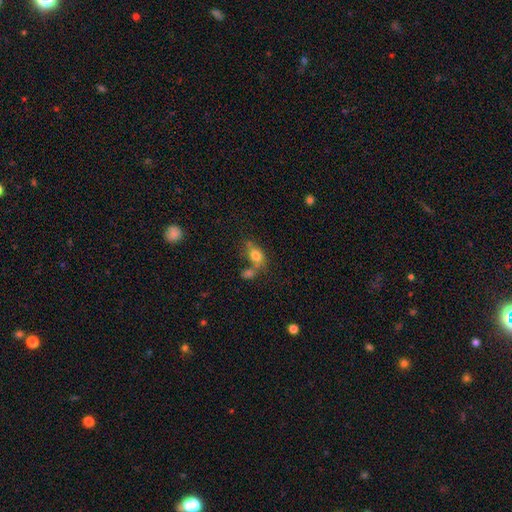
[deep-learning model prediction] Smooth or featured: smooth — 76% (featured or disk — 14%)
How rounded: in between — 75% (round — 21%)
Merging: none — 38% (merger — 37%)